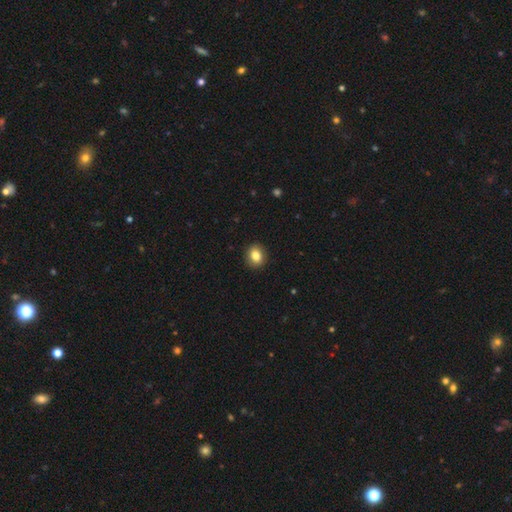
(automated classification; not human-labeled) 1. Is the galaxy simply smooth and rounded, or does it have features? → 85% smooth, 9% star or artifact, 7% featured or disk.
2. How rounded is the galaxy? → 60% round, 39% in between, 1% cigar-shaped.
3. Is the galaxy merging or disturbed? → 90% none, 7% minor disturbance, 2% major disturbance, 1% merger.